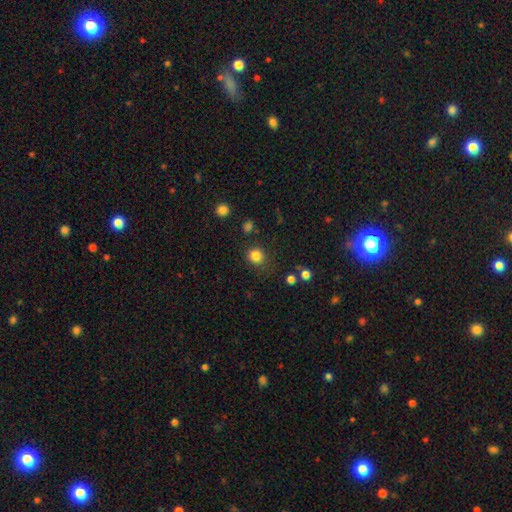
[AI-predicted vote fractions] Smooth or featured? Predicted: smooth (p=0.83). How rounded? Predicted: round (p=0.86). Merging? Predicted: none (p=0.82).